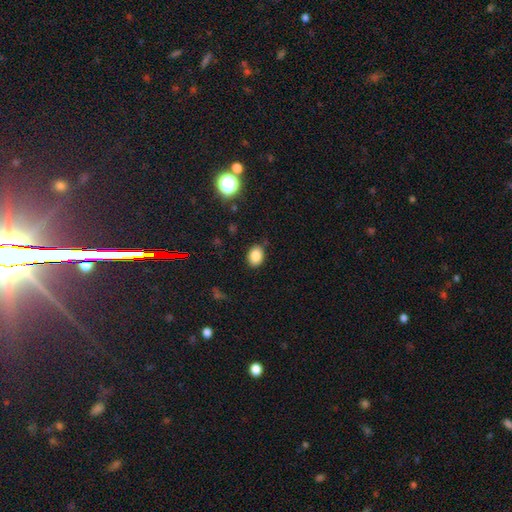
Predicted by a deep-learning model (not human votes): A smooth galaxy with no disk features (84%) that is in between round and cigar-shaped (68%).

Vote fractions:
- Smooth or featured? smooth: 84% / star or artifact: 10% / featured or disk: 6%
- How rounded? in between: 68% / round: 31% / cigar-shaped: 1%
- Merging? none: 83% / minor disturbance: 13% / major disturbance: 3% / merger: 2%